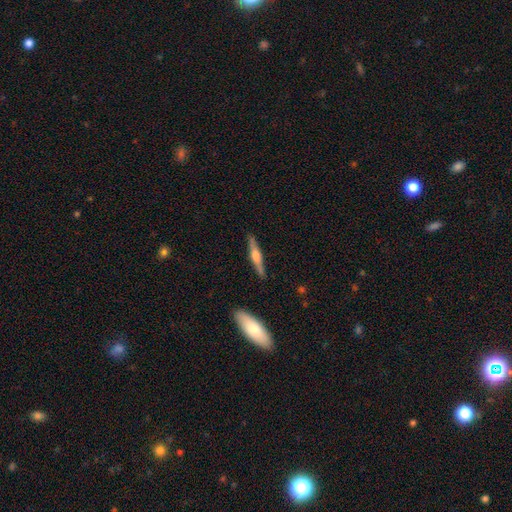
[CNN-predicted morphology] featured or disk 64%, smooth 31%, star or artifact 5%. Down the decision tree: edge-on disk — yes (97%); edge-on bulge — rounded (82%); merging — none (89%).